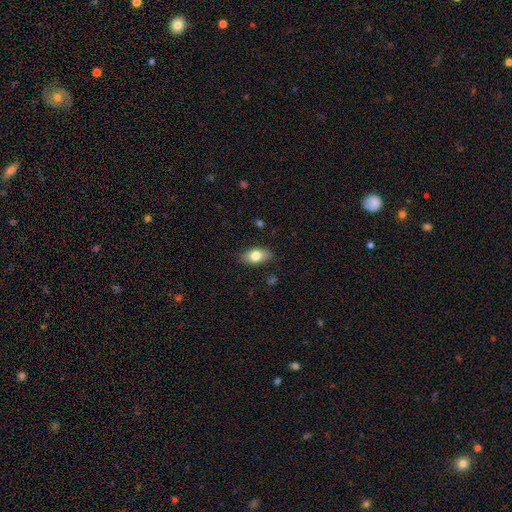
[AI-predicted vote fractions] The model was most divided on "smooth or featured": smooth: 77%, featured or disk: 15%, star or artifact: 7%. More confident: how rounded — in between (89%); merging — none (85%).